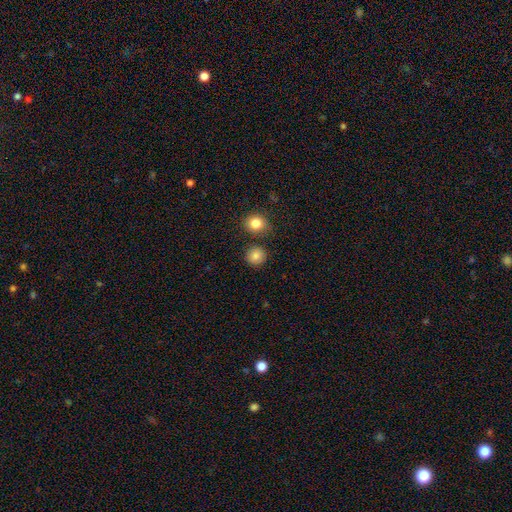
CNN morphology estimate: The model was most divided on "smooth or featured": smooth: 85%, star or artifact: 10%, featured or disk: 5%. More confident: how rounded — round (92%); merging — none (84%).